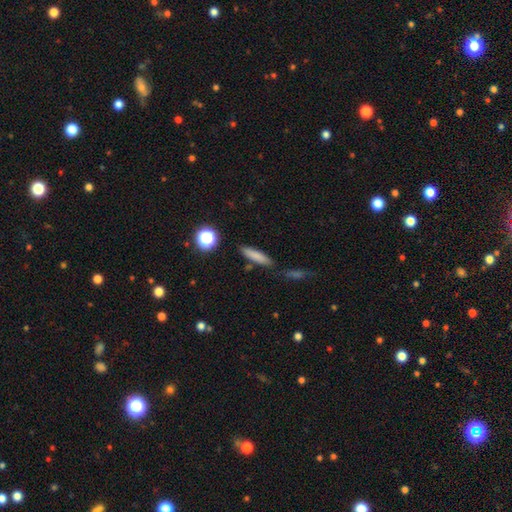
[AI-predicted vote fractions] Morphology: type=smooth (79%); roundness=cigar-shaped (76%); merging=none (78%).